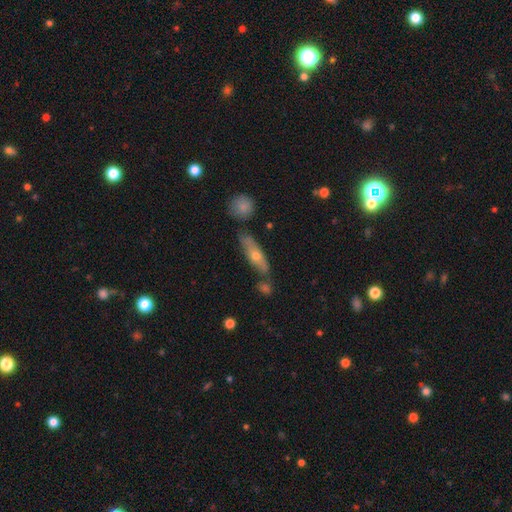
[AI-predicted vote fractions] Morphology: type=featured or disk (52%); edge-on=yes (60%); merging=none (69%).